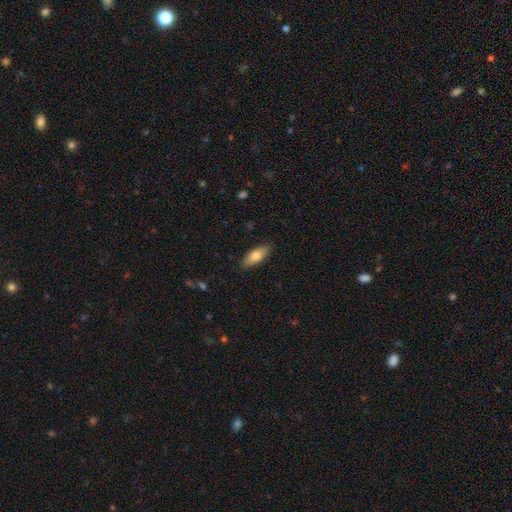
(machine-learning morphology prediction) smooth-or-featured: smooth: 76% | featured or disk: 18% | star or artifact: 6%
  how-rounded: in between: 72% | cigar-shaped: 26% | round: 2%
  merging: none: 87% | minor disturbance: 10% | major disturbance: 2% | merger: 1%